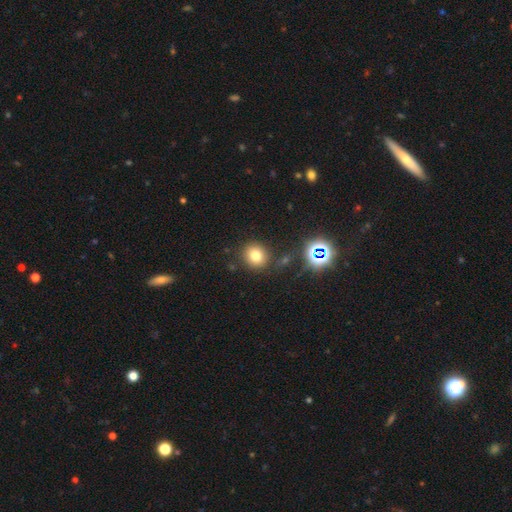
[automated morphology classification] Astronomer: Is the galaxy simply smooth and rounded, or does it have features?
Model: smooth — 75%.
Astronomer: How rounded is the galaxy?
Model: round — 82%.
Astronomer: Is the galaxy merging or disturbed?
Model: none — 84%.